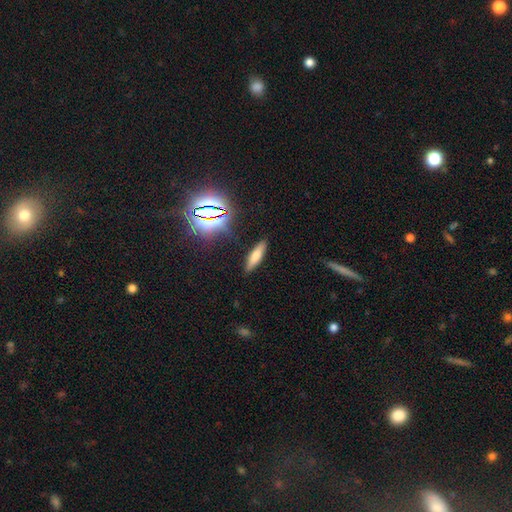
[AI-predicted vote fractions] This appears to be a smooth galaxy with no disk features (66%) that is cigar-shaped (72%). Merging: none (88%).